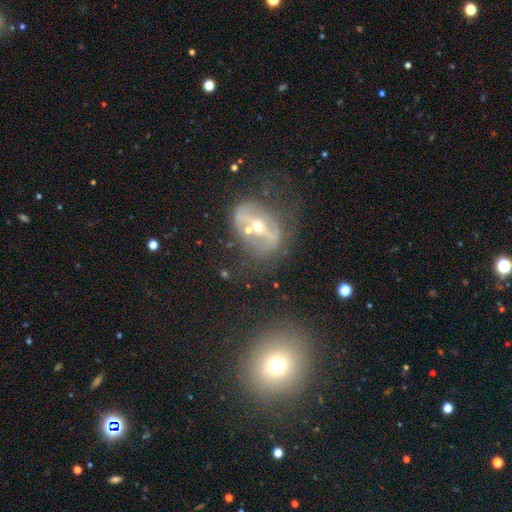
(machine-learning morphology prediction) Q: Smooth or featured?
A: featured or disk (69%); runner-up: smooth (16%)
Q: Edge-on disk?
A: no (92%); runner-up: yes (8%)
Q: Bar?
A: weak (34%); tied with: no (34%)
Q: Spiral arms?
A: yes (54%); runner-up: no (46%)
Q: Bulge size?
A: moderate (49%); runner-up: small (45%)
Q: Merging?
A: none (52%); runner-up: minor disturbance (19%)